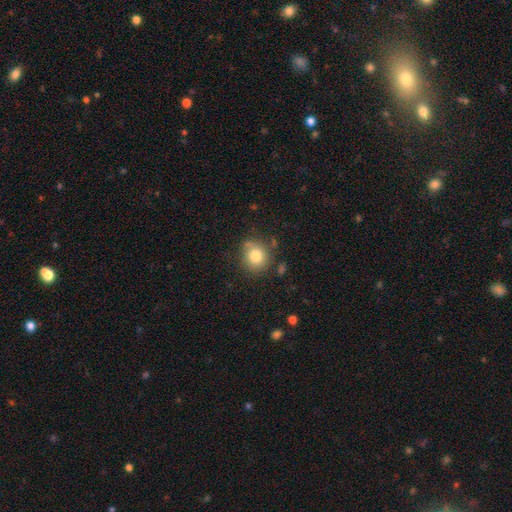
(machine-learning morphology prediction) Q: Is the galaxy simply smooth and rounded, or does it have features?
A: smooth — 80%.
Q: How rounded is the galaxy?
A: round — 83%.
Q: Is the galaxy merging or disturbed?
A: none — 76%.